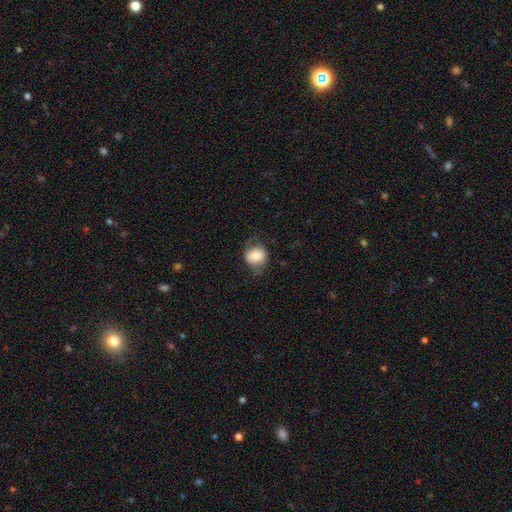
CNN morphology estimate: smooth-or-featured: smooth: 73% | featured or disk: 19% | star or artifact: 8%
  how-rounded: round: 65% | in between: 34% | cigar-shaped: 1%
  merging: none: 65% | minor disturbance: 23% | major disturbance: 11% | merger: 1%